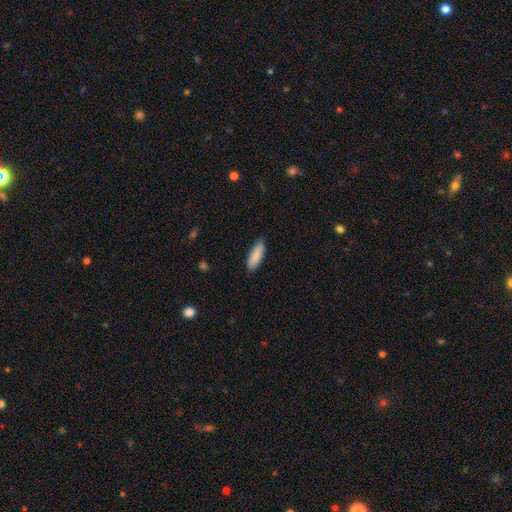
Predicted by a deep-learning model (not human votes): Smooth or featured? smooth (89%)
How rounded? in between (59%)
Merging? none (87%)